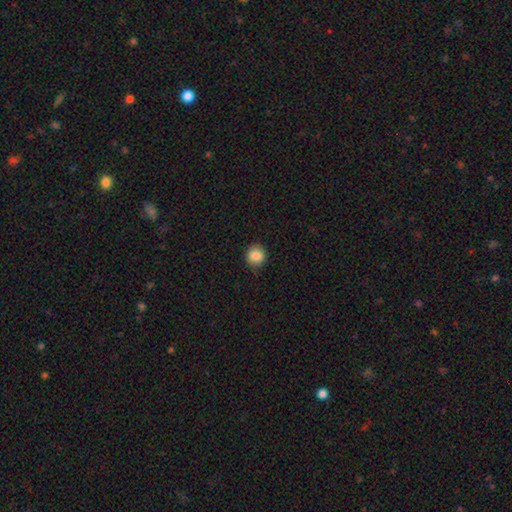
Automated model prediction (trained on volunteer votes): This is clearly a smooth galaxy (85%). How rounded: clearly round (84%). Merging: clearly none (84%).